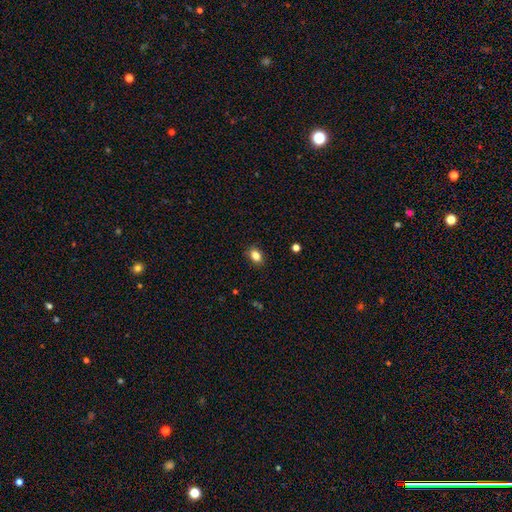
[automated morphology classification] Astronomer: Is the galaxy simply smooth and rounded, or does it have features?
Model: smooth — 84%.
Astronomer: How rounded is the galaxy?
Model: in between — 75%.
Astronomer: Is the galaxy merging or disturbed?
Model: none — 87%.